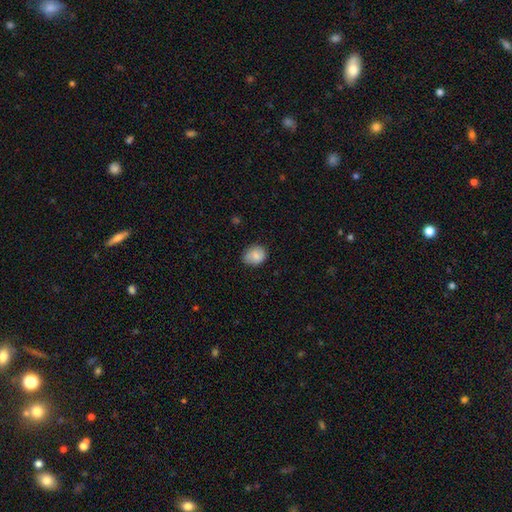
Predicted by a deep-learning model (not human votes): smooth 82%, featured or disk 10%, star or artifact 8%. Down the decision tree: how rounded — round (59%); merging — none (73%).